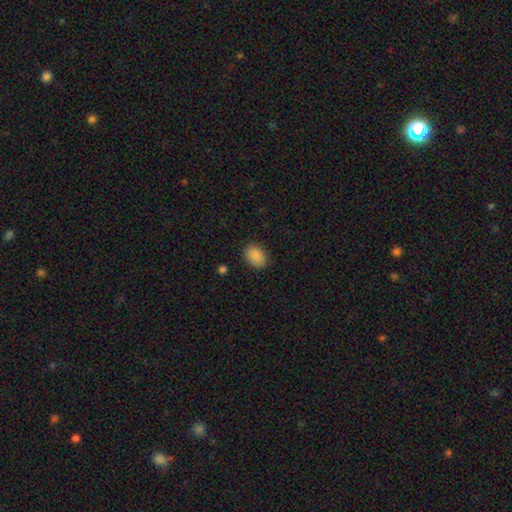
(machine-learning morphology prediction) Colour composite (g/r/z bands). It shows a smooth galaxy with no disk features (88%) that is in between round and cigar-shaped (71%). Merging: none (85%).